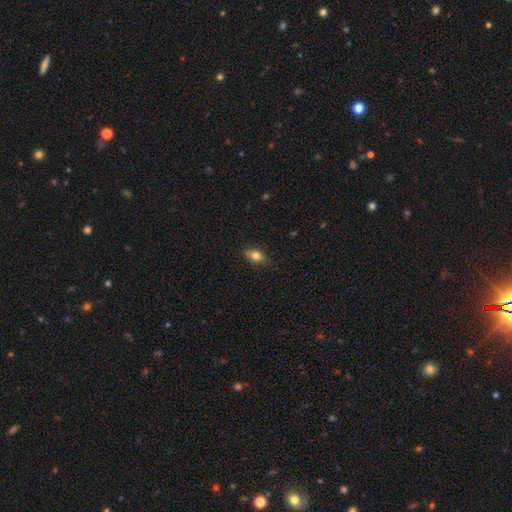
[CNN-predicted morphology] This is likely a smooth galaxy (79%). How rounded: clearly in between (82%). Merging: likely none (78%).